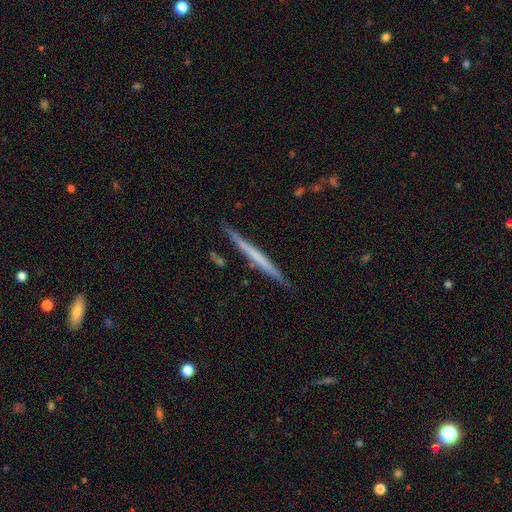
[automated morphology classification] smooth-or-featured: featured or disk: 53% | smooth: 42% | star or artifact: 5%
  disk-edge-on: yes: 97% | no: 3%
    edge-on-bulge: none: 87% | rounded: 7% | boxy: 6%
  merging: none: 88% | minor disturbance: 9% | merger: 2% | major disturbance: 2%